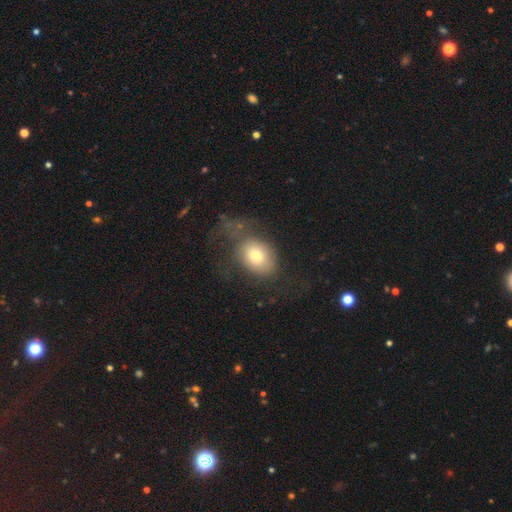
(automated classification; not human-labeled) This is likely a smooth galaxy (69%). How rounded: likely in between (61%). Merging: marginally none (42%).